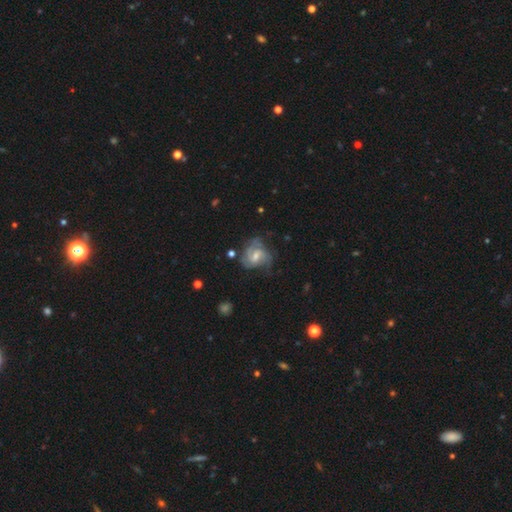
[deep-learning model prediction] Smooth or featured: featured or disk — 76% (smooth — 17%)
Edge-on disk: no — 98% (yes — 2%)
Bar: weak — 54% (no — 34%)
Spiral arms: yes — 91% (no — 9%)
Spiral winding: medium — 44% (tight — 40%)
Spiral arm count: 2 — 34% (3 — 26%)
Bulge size: moderate — 54% (small — 36%)
Merging: none — 53% (minor disturbance — 25%)